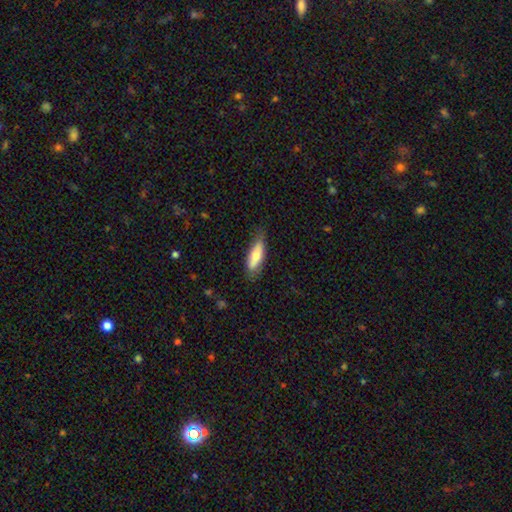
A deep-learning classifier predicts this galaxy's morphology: type=smooth (67%); roundness=in between (54%); merging=none (73%).